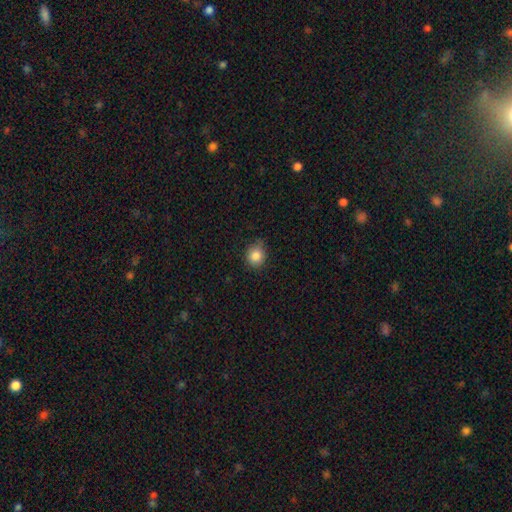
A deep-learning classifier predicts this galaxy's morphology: type=smooth (85%); roundness=round (77%); merging=none (74%).